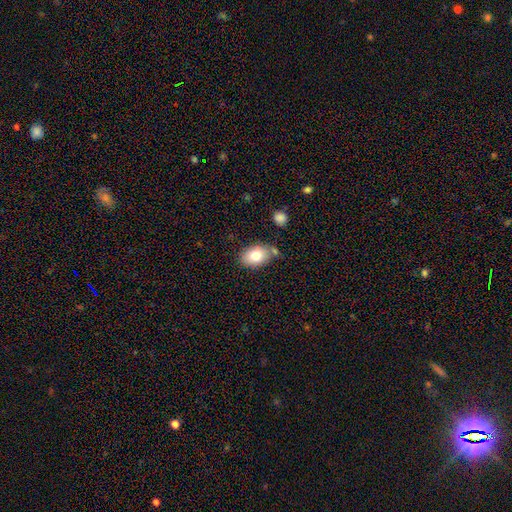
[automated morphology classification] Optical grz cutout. It shows a smooth galaxy with no disk features (78%) that is in between round and cigar-shaped (84%). Merging: none (71%).